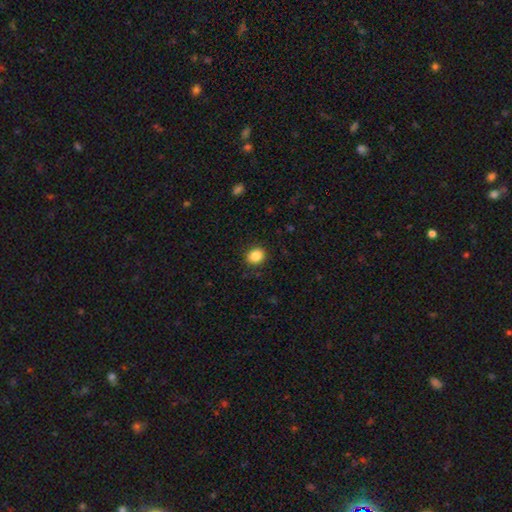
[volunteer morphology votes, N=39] smooth-or-featured: smooth: 90% | star or artifact: 8% | featured or disk: 3%
  how-rounded: round: 83% | in between: 14% | cigar-shaped: 3%
  merging: none: 89% | major disturbance: 6% | minor disturbance: 3% | merger: 3%